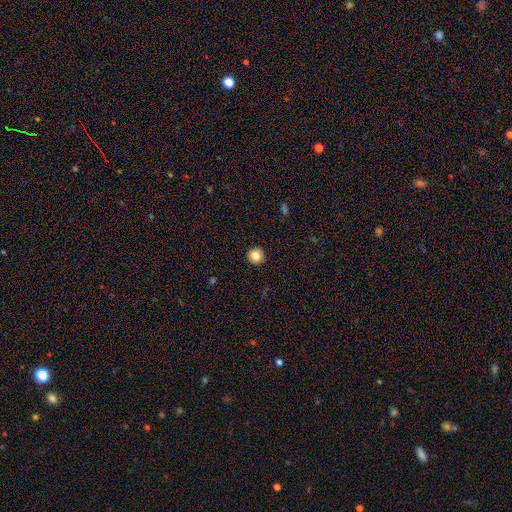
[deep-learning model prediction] The model was most divided on "smooth or featured": smooth: 83%, star or artifact: 10%, featured or disk: 6%. More confident: how rounded — round (95%); merging — none (93%).